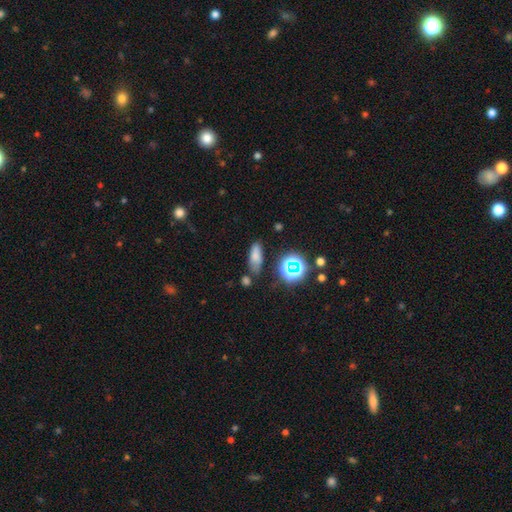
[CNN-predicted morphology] Smooth or featured?
  - smooth: 70% *
  - star or artifact: 19%
  - featured or disk: 11%
How rounded?
  - in between: 68% *
  - cigar-shaped: 24%
  - round: 8%
Merging?
  - none: 66% *
  - minor disturbance: 20%
  - merger: 8%
  - major disturbance: 6%